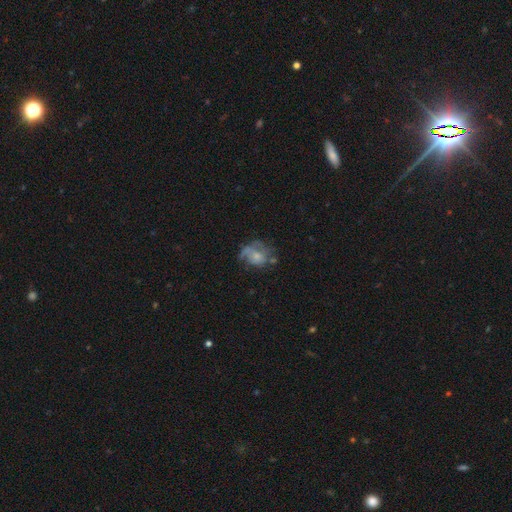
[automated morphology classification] A featured or disk galaxy (54%) with no bar (80%), spiral arms (57%) and a small central bulge (48%).

Vote fractions:
- Smooth or featured? featured or disk: 54% / smooth: 37% / star or artifact: 9%
- Edge-on disk? no: 97% / yes: 3%
- Bar? no: 80% / weak: 17% / strong: 3%
- Spiral arms? yes: 57% / no: 43%
- Bulge size? small: 48% / moderate: 37% / none: 9% / large: 4% / dominant: 1%
- Merging? none: 36% / major disturbance: 32% / minor disturbance: 26% / merger: 6%